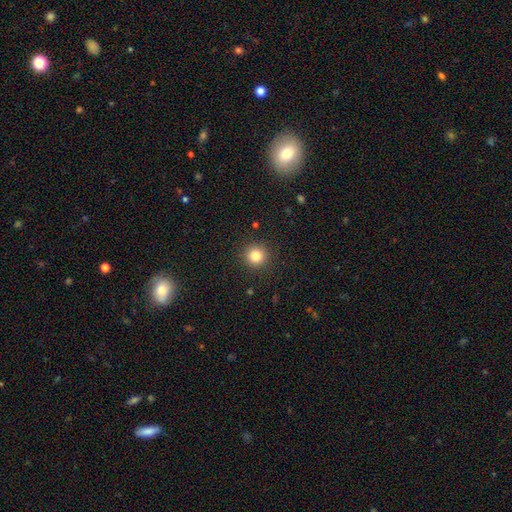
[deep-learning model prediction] Smooth or featured: smooth — 83% (star or artifact — 12%)
How rounded: round — 95% (in between — 4%)
Merging: none — 92% (minor disturbance — 5%)